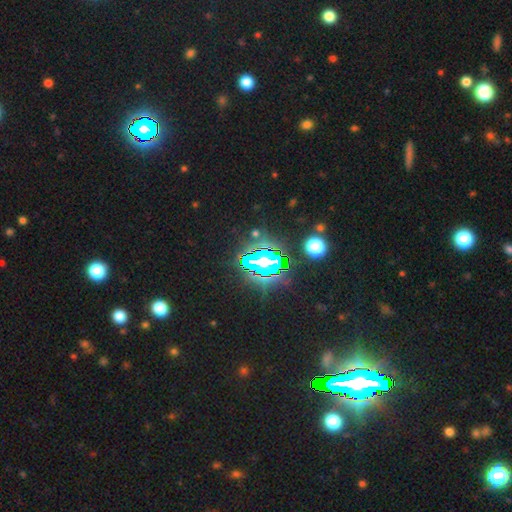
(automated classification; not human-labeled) Smooth or featured? star or artifact (71%)